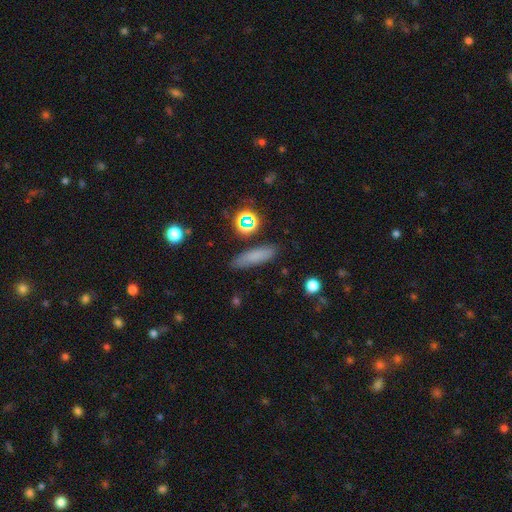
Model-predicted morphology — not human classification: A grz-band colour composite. It shows a smooth galaxy with no disk features (76%) that is cigar-shaped (70%). Merging: none (85%).